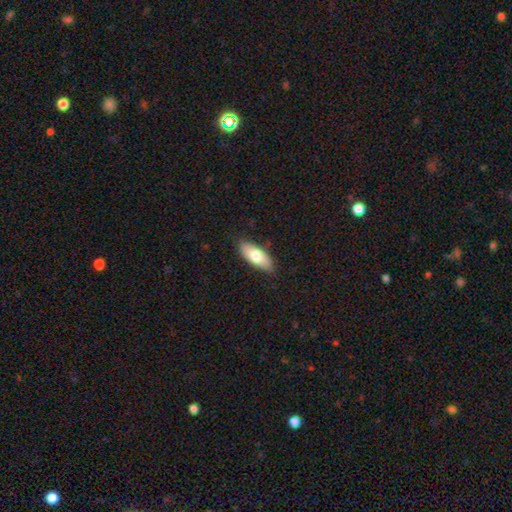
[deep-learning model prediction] The model was most divided on "smooth or featured": smooth: 73%, featured or disk: 21%, star or artifact: 6%. More confident: merging — none (85%); how rounded — in between (81%).